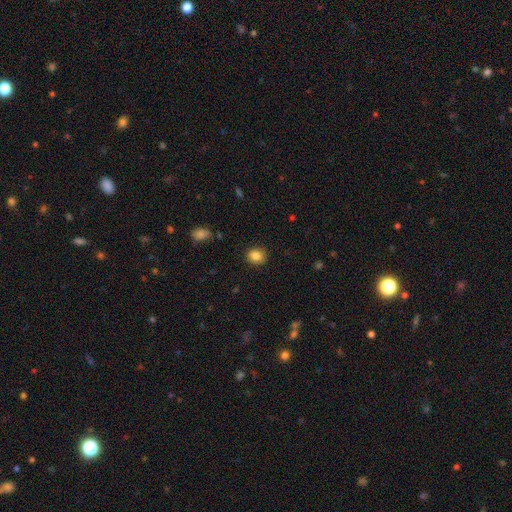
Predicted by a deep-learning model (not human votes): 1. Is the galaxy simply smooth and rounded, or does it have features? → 85% smooth, 10% star or artifact, 6% featured or disk.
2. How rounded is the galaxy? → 70% round, 29% in between, 1% cigar-shaped.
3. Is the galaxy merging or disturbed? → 87% none, 9% minor disturbance, 2% major disturbance, 1% merger.